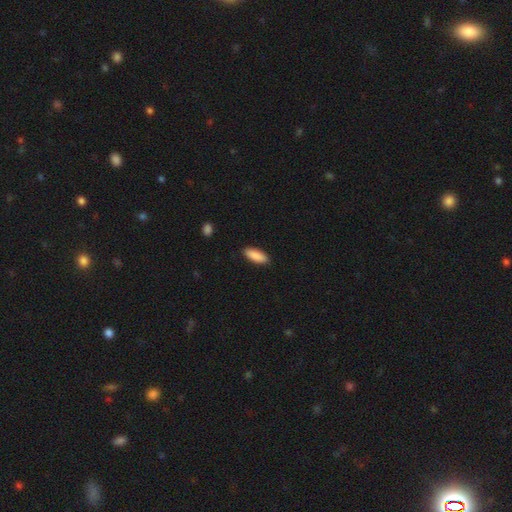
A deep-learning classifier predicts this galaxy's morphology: Smooth or featured? smooth (90%)
How rounded? in between (73%)
Merging? none (89%)